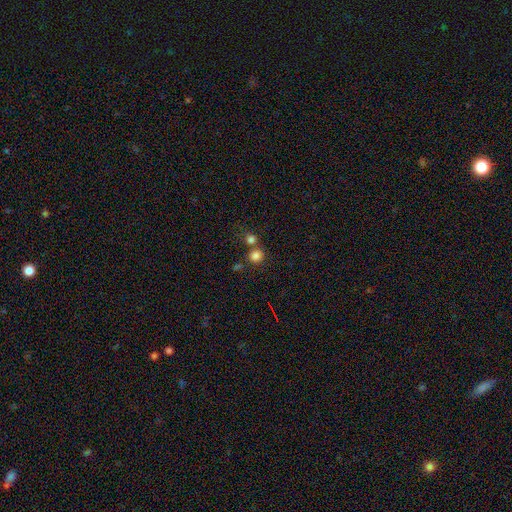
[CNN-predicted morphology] Smooth or featured?
  - smooth: 80% *
  - star or artifact: 14%
  - featured or disk: 6%
How rounded?
  - round: 88% *
  - in between: 11%
  - cigar-shaped: 1%
Merging?
  - none: 65% *
  - merger: 24%
  - minor disturbance: 7%
  - major disturbance: 3%